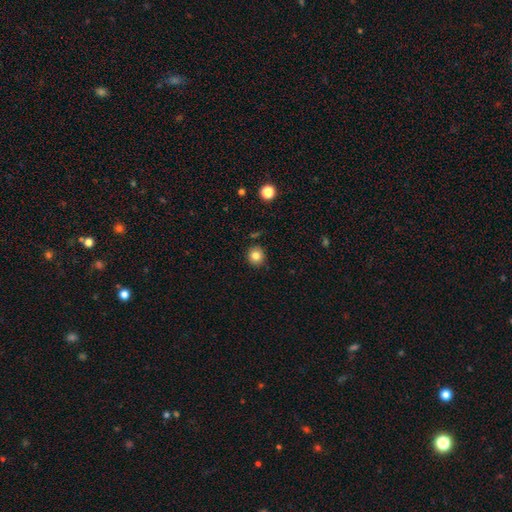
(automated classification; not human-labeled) smooth-or-featured: smooth: 82% | star or artifact: 11% | featured or disk: 7%
  how-rounded: round: 91% | in between: 8% | cigar-shaped: 1%
  merging: none: 88% | minor disturbance: 8% | merger: 2% | major disturbance: 2%